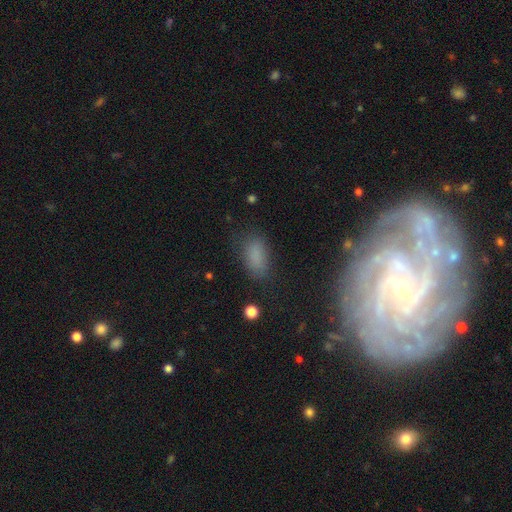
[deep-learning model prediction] This is clearly a smooth galaxy (81%). How rounded: clearly in between (90%). Merging: likely none (76%).